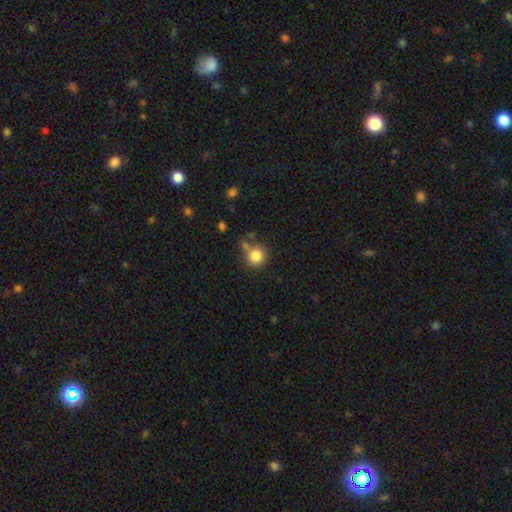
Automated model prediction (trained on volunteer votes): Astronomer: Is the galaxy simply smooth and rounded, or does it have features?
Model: smooth — 83%.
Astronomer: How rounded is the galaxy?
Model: round — 86%.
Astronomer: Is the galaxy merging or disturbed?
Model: none — 64%.